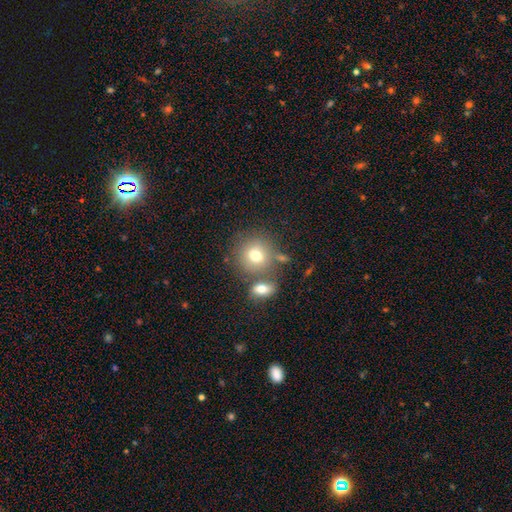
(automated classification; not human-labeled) smooth-or-featured: smooth: 74% | featured or disk: 15% | star or artifact: 12%
  how-rounded: round: 86% | in between: 13% | cigar-shaped: 1%
  merging: none: 62% | merger: 23% | minor disturbance: 11% | major disturbance: 4%